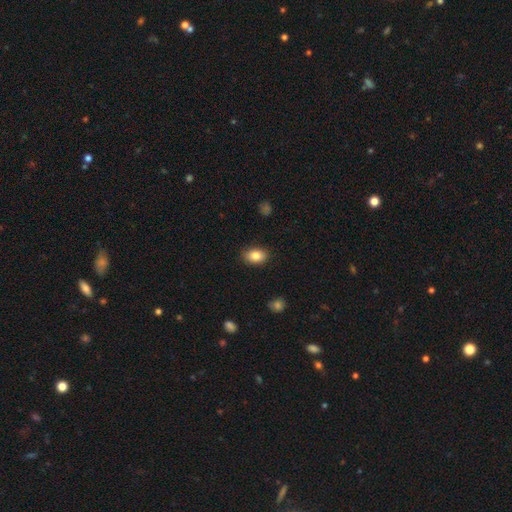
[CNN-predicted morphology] Smooth or featured: smooth — 85% (star or artifact — 8%)
How rounded: in between — 86% (round — 13%)
Merging: none — 87% (minor disturbance — 10%)